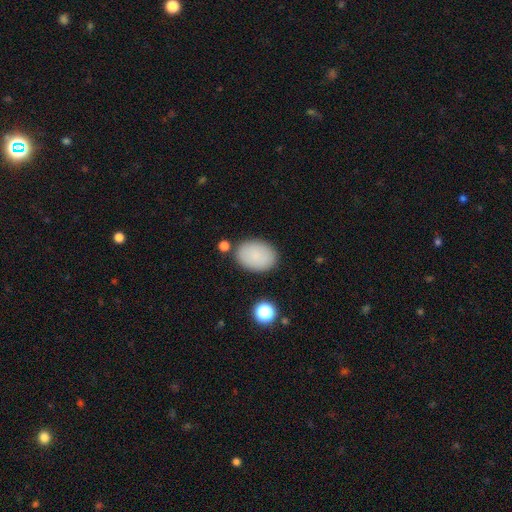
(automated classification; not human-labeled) Overall: smooth (86%). How rounded: in between (82%). Merging: none (83%).